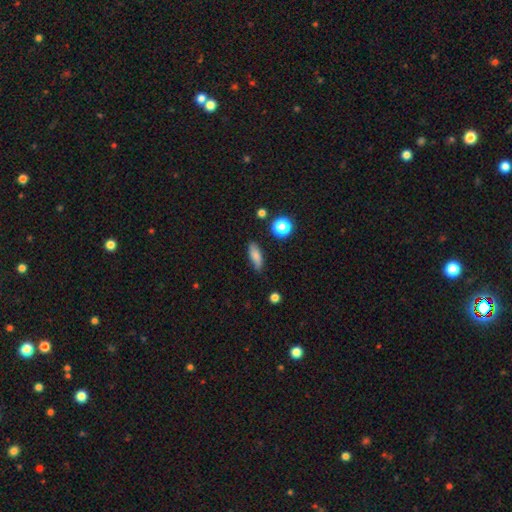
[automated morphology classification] smooth-or-featured: smooth: 79% | featured or disk: 12% | star or artifact: 10%
  how-rounded: in between: 55% | cigar-shaped: 40% | round: 5%
  merging: none: 81% | minor disturbance: 14% | major disturbance: 3% | merger: 2%